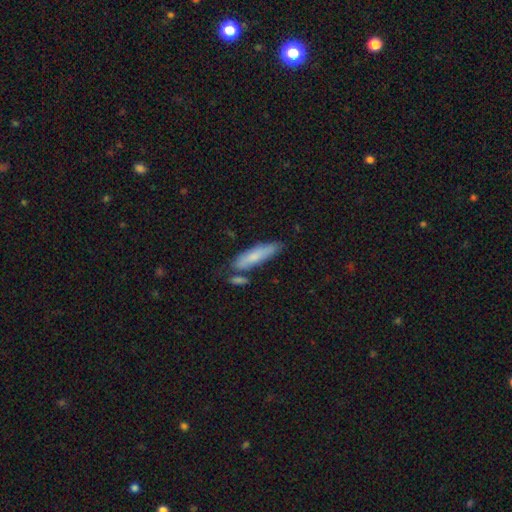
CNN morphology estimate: Smooth or featured? Predicted: smooth (p=0.76). How rounded? Predicted: cigar-shaped (p=0.70). Merging? Predicted: none (p=0.66).